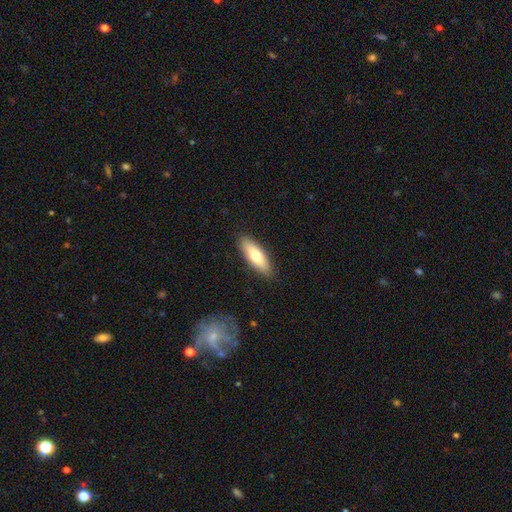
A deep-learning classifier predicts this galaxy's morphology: Overall: smooth (70%). How rounded: in between (56%; cigar-shaped 42%). Merging: none (88%).